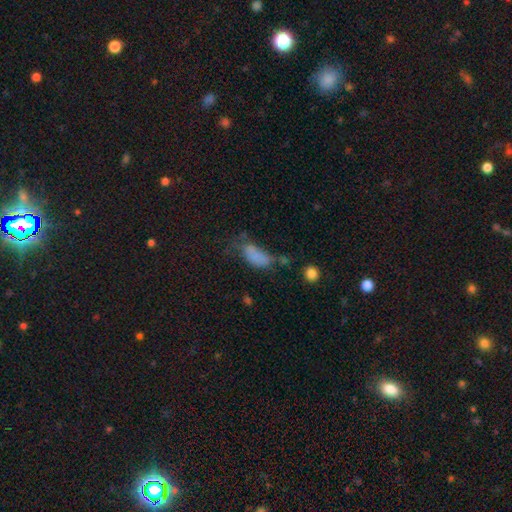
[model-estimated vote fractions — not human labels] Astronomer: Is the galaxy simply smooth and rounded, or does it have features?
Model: smooth — 70%.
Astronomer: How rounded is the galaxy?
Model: in between — 87%.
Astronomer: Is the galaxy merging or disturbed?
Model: major disturbance — 38% (runner-up: none, 26%).